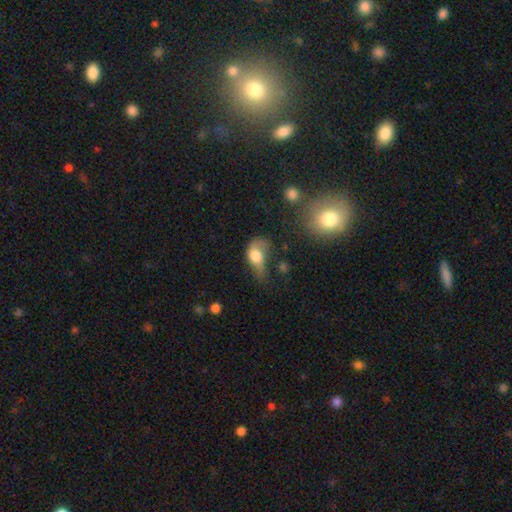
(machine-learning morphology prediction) Smooth or featured?
  - smooth: 58% *
  - featured or disk: 33%
  - star or artifact: 10%
How rounded?
  - in between: 77% *
  - round: 19%
  - cigar-shaped: 4%
Merging?
  - major disturbance: 45% *
  - minor disturbance: 28%
  - none: 20%
  - merger: 7%